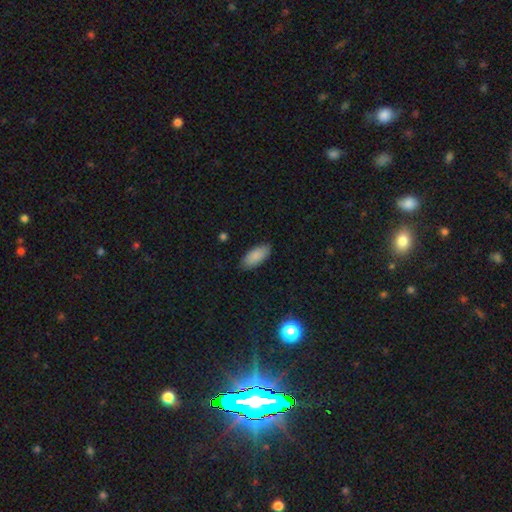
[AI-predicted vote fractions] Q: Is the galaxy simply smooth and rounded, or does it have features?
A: smooth — 87%.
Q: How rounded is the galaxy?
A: in between — 87%.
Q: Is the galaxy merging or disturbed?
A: none — 85%.